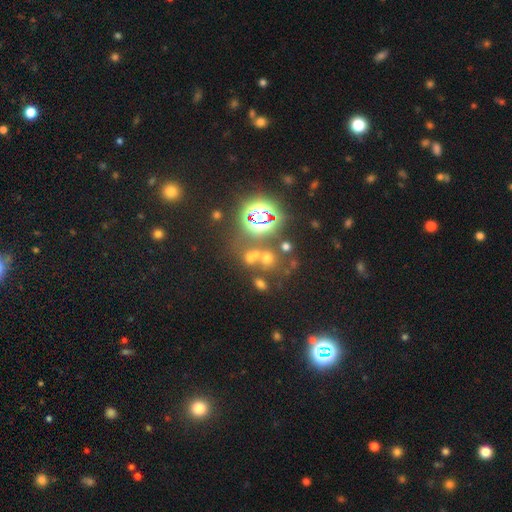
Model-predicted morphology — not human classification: This is possibly a star or artifact rather than a galaxy (51%).